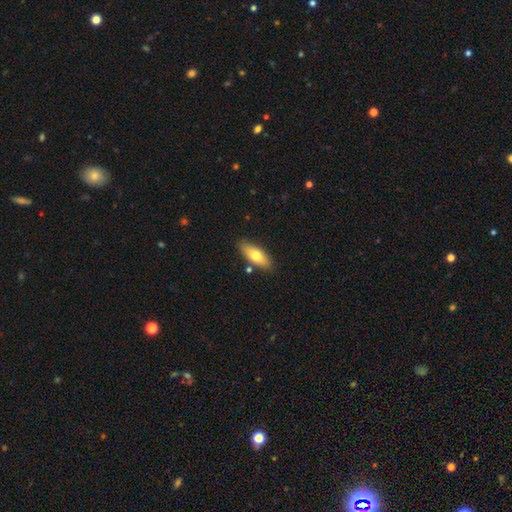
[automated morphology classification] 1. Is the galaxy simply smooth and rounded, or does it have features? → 71% smooth, 23% featured or disk, 6% star or artifact.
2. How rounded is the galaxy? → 73% in between, 24% cigar-shaped, 3% round.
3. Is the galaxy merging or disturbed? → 83% none, 10% minor disturbance, 4% merger, 2% major disturbance.